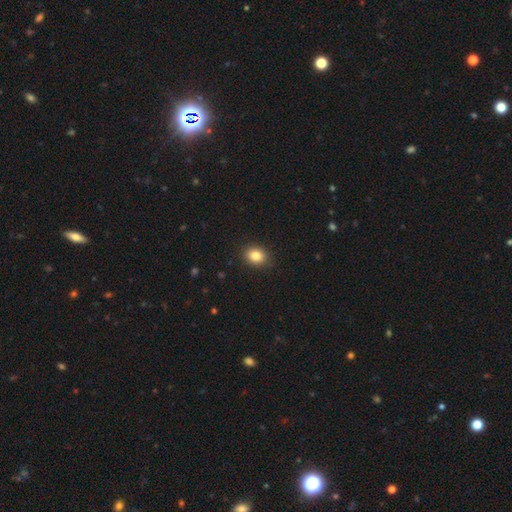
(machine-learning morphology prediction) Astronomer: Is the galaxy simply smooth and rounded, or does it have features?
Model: smooth — 84%.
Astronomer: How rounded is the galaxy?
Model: round — 51% (runner-up: in between, 48%).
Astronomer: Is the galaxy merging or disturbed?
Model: none — 89%.